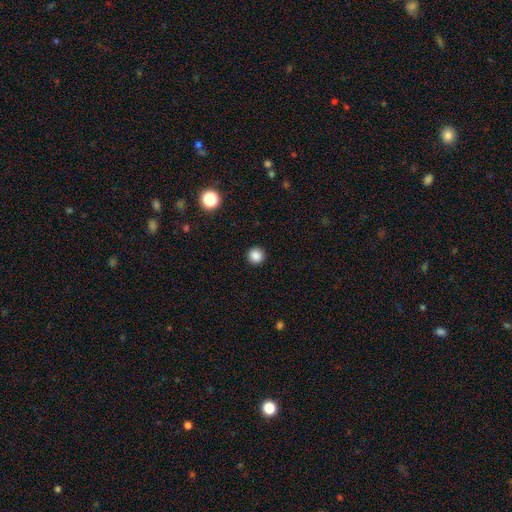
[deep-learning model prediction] Smooth or featured? Predicted: smooth (p=0.86). How rounded? Predicted: round (p=0.94). Merging? Predicted: none (p=0.93).